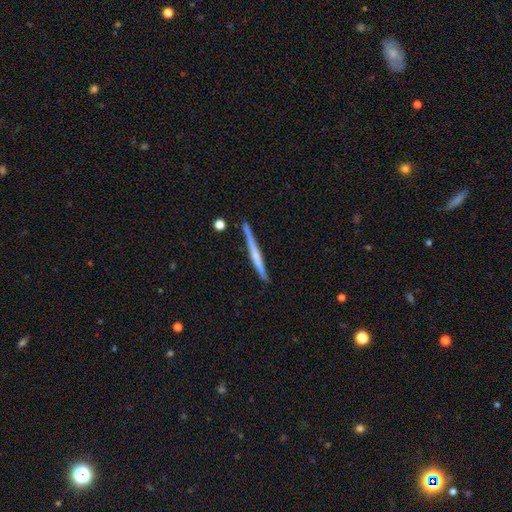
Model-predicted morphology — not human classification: Smooth or featured? Predicted: featured or disk (p=0.58). Edge-on disk? Predicted: yes (p=0.98). Edge-on bulge? Predicted: none (p=0.58). Merging? Predicted: none (p=0.87).